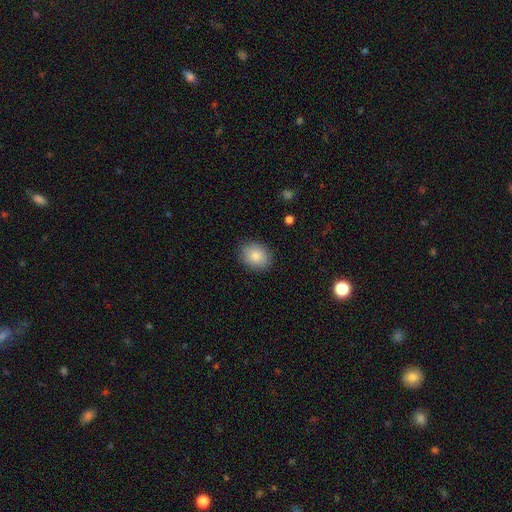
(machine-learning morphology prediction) type=smooth (86%); roundness=round (50%); merging=none (87%).